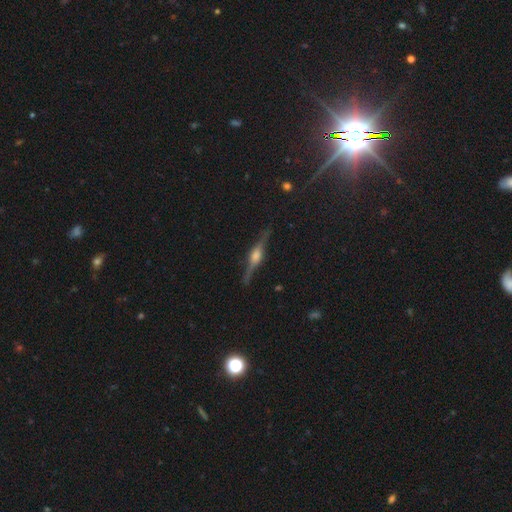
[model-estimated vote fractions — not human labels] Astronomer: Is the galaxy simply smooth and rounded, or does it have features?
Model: featured or disk — 84%.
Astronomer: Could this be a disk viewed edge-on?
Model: yes — 98%.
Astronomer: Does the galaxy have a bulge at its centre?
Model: rounded — 85%.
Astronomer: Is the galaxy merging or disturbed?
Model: none — 88%.